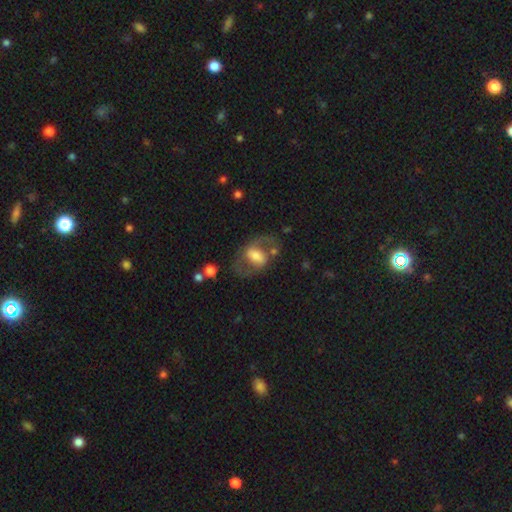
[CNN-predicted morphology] Smooth or featured?
  - featured or disk: 64% *
  - smooth: 29%
  - star or artifact: 7%
Edge-on disk?
  - no: 95% *
  - yes: 5%
Bar?
  - weak: 41% *
  - strong: 31%
  - no: 28%
Spiral arms?
  - yes: 74% *
  - no: 26%
Bulge size?
  - moderate: 48% *
  - large: 28%
  - small: 17%
  - dominant: 4%
  - none: 3%
Merging?
  - none: 59% *
  - major disturbance: 18%
  - minor disturbance: 17%
  - merger: 6%